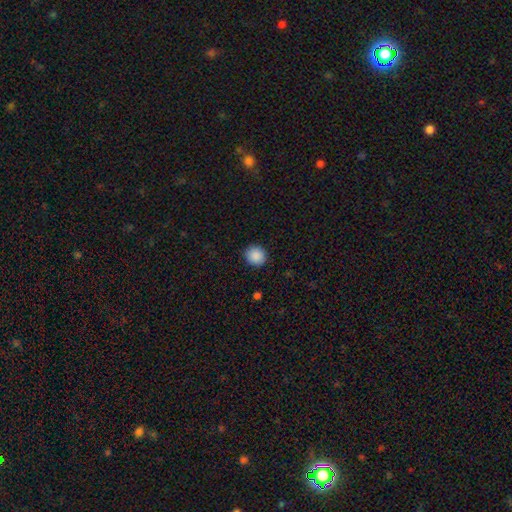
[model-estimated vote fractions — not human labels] smooth-or-featured: smooth: 89% | star or artifact: 8% | featured or disk: 3%
  how-rounded: round: 91% | in between: 8% | cigar-shaped: 1%
  merging: none: 91% | minor disturbance: 6% | major disturbance: 2% | merger: 1%